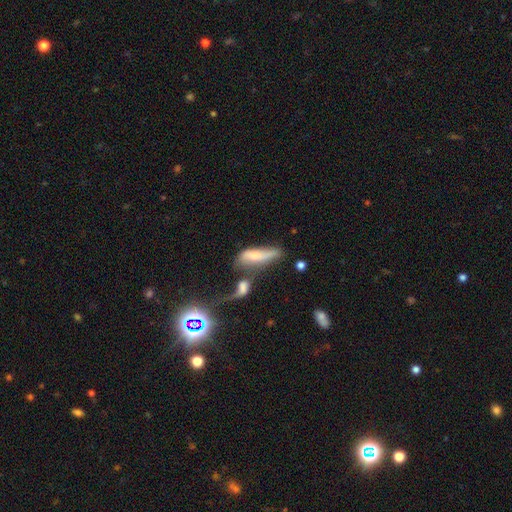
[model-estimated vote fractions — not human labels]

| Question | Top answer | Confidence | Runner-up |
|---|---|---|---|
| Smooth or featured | smooth | 60% | featured or disk (31%) |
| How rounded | cigar-shaped | 51% | in between (46%) |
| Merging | merger | 46% | none (21%) |